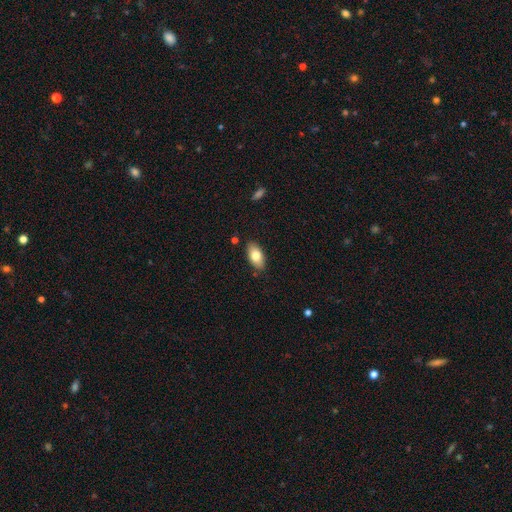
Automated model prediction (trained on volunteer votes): Q: Smooth or featured?
A: smooth (78%); runner-up: featured or disk (15%)
Q: How rounded?
A: in between (92%); runner-up: cigar-shaped (4%)
Q: Merging?
A: none (85%); runner-up: minor disturbance (11%)